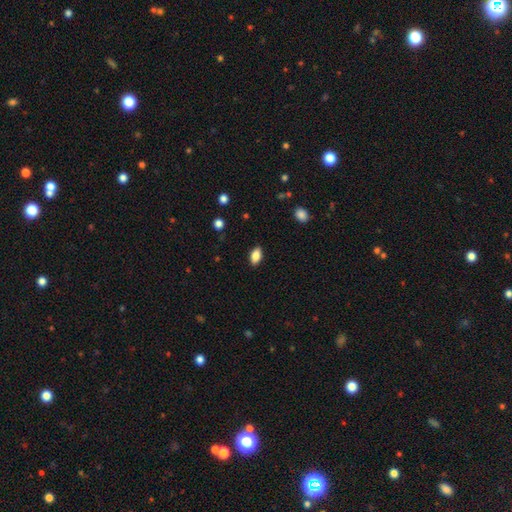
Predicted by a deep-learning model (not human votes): smooth-or-featured: smooth: 85% | star or artifact: 8% | featured or disk: 7%
  how-rounded: in between: 91% | round: 5% | cigar-shaped: 4%
  merging: none: 87% | minor disturbance: 9% | major disturbance: 2% | merger: 1%